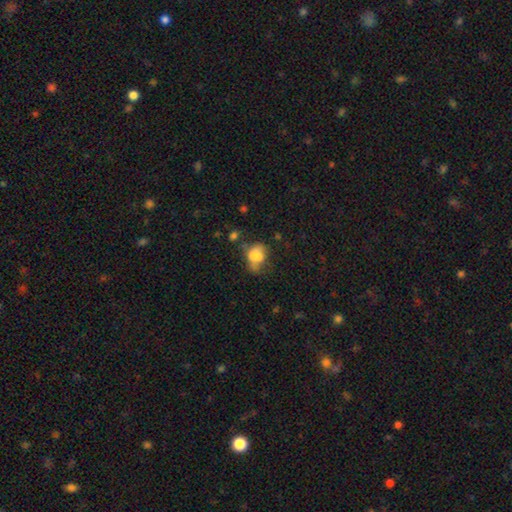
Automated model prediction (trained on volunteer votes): The model was most divided on "merging": none: 32%, minor disturbance: 28%, major disturbance: 22%, merger: 18%. More confident: how rounded — in between (70%); smooth or featured — smooth (66%).